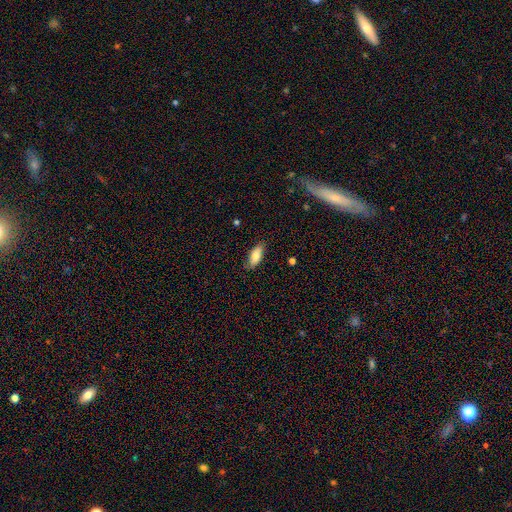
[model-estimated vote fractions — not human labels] Smooth or featured? Predicted: smooth (p=0.77). How rounded? Predicted: in between (p=0.83). Merging? Predicted: none (p=0.79).